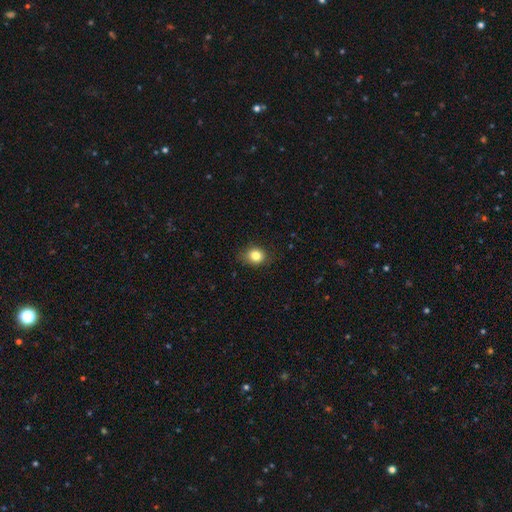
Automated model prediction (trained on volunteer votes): smooth_or_featured: smooth (p=0.83) [alt: star or artifact p=0.11]
how_rounded: round (p=0.62) [alt: in between p=0.37]
merging: none (p=0.81) [alt: minor disturbance p=0.15]